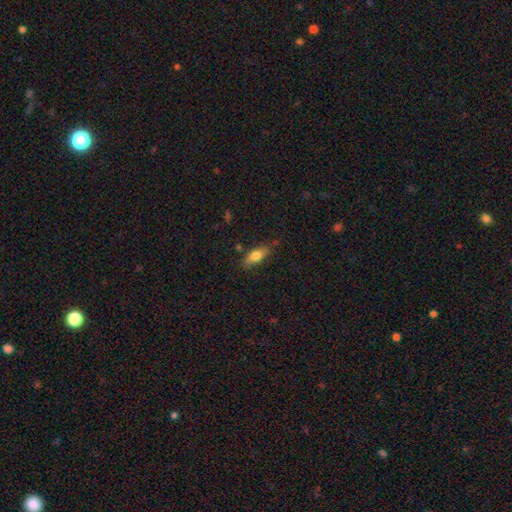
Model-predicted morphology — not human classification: A smooth galaxy with no disk features (73%) that is in between round and cigar-shaped (75%).

Vote fractions:
- Smooth or featured? smooth: 73% / featured or disk: 19% / star or artifact: 7%
- How rounded? in between: 75% / cigar-shaped: 21% / round: 4%
- Merging? none: 73% / minor disturbance: 20% / major disturbance: 4% / merger: 3%